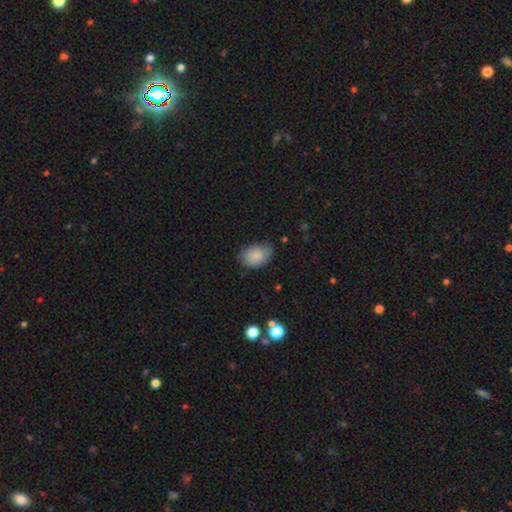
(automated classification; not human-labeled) Smooth or featured? Predicted: smooth (p=0.87). How rounded? Predicted: in between (p=0.82). Merging? Predicted: none (p=0.73).